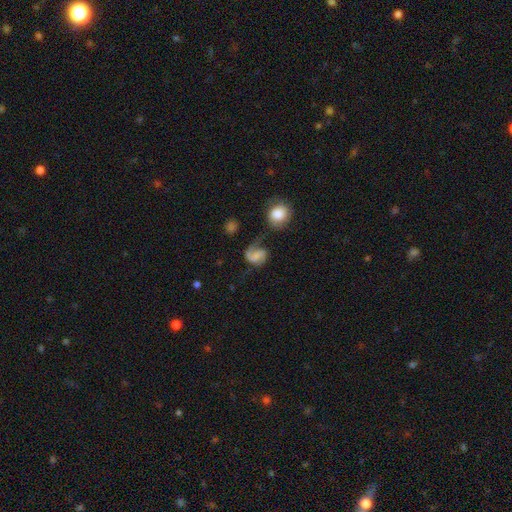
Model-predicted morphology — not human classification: Smooth or featured: featured or disk — 60% (smooth — 30%)
Edge-on disk: no — 98% (yes — 2%)
Bar: no — 48% (weak — 36%)
Spiral arms: yes — 90% (no — 10%)
Spiral winding: loose — 46% (medium — 38%)
Spiral arm count: 2 — 66% (1 — 28%)
Bulge size: none — 61% (small — 17%)
Merging: none — 42% (major disturbance — 25%)